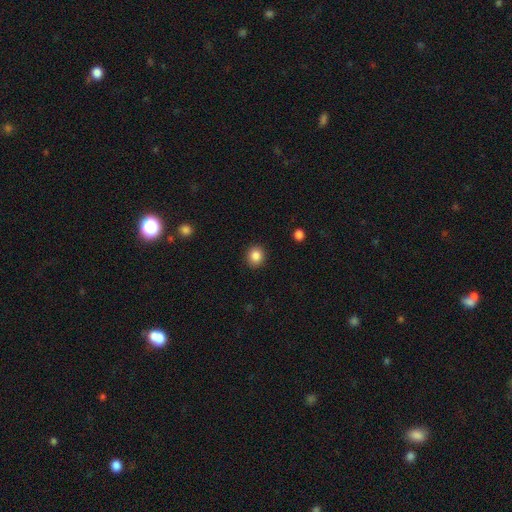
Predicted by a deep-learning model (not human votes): This is clearly a smooth galaxy (86%). How rounded: clearly round (84%). Merging: clearly none (91%).